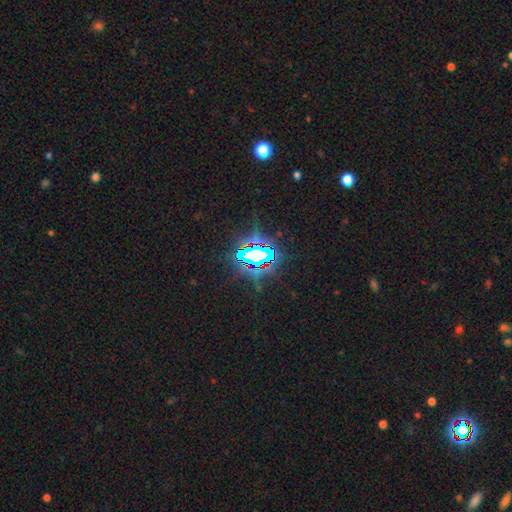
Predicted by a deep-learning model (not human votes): Morphology: type=star or artifact (76%).